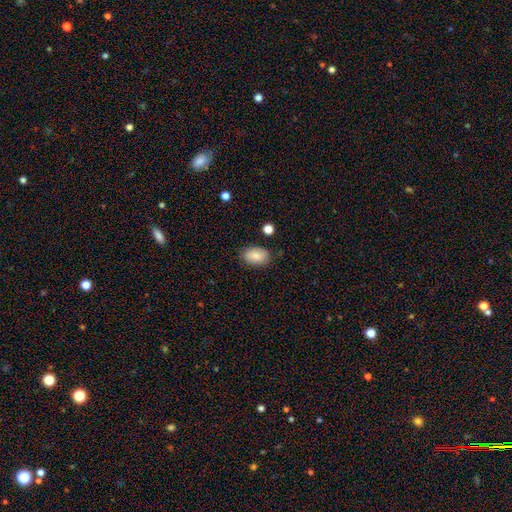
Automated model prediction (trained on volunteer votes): This is clearly a smooth galaxy (82%). How rounded: clearly in between (89%). Merging: clearly none (81%).